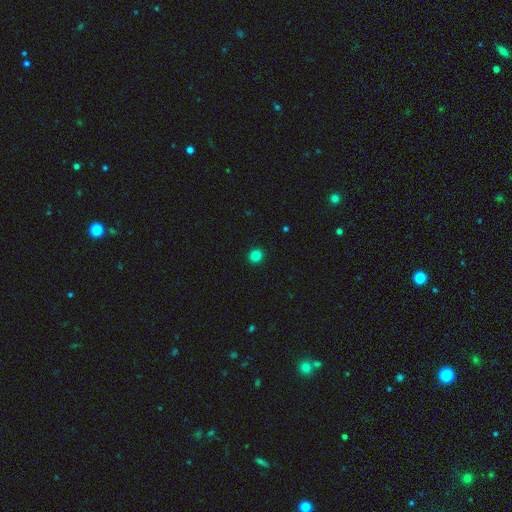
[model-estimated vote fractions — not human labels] The model was most divided on "smooth or featured": smooth: 84%, star or artifact: 13%, featured or disk: 4%. More confident: merging — none (93%); how rounded — round (93%).